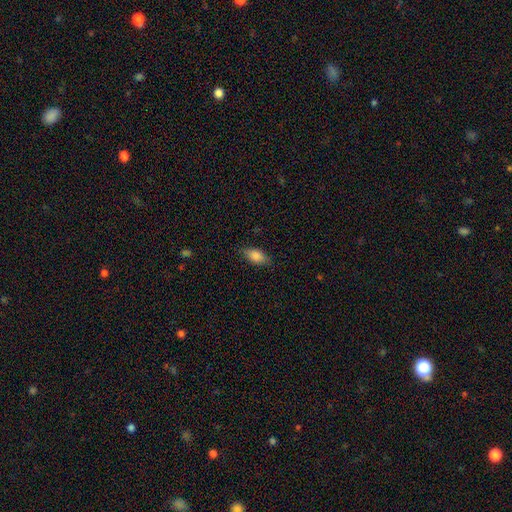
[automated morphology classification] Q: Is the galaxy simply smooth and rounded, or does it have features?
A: smooth — 85%.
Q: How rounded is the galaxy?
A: in between — 88%.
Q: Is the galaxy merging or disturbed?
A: none — 81%.